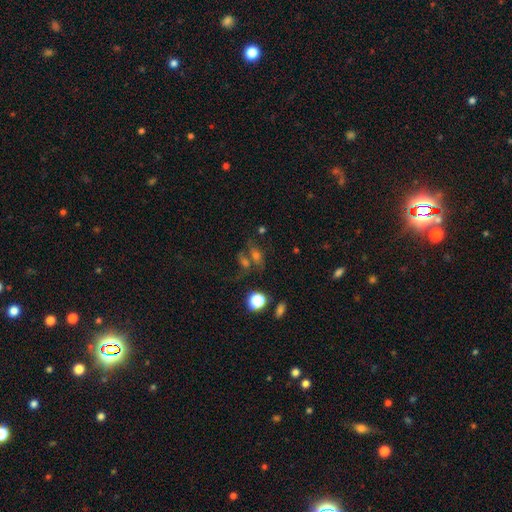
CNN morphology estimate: A smooth galaxy with no disk features (38%).

Vote fractions:
- Smooth or featured? smooth: 38% / featured or disk: 33% / star or artifact: 29%
- Merging? none: 45% / merger: 29% / minor disturbance: 14% / major disturbance: 12%